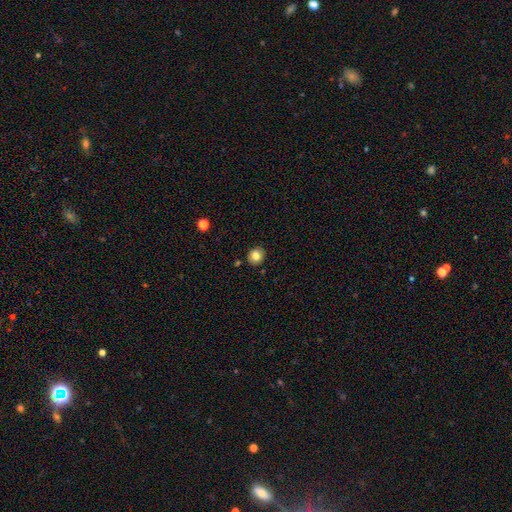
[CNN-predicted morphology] Q: Smooth or featured?
A: smooth (82%); runner-up: star or artifact (10%)
Q: How rounded?
A: round (81%); runner-up: in between (19%)
Q: Merging?
A: none (88%); runner-up: minor disturbance (8%)